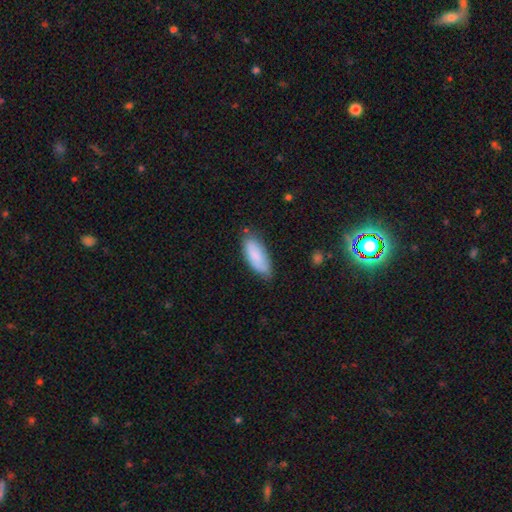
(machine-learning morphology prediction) Smooth or featured: smooth — 84% (featured or disk — 10%)
How rounded: in between — 81% (cigar-shaped — 18%)
Merging: none — 71% (minor disturbance — 23%)